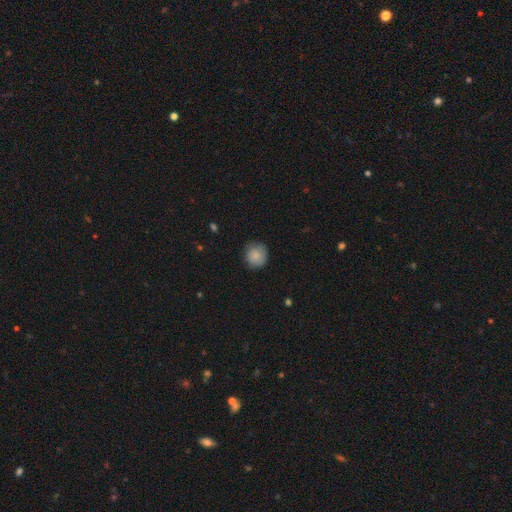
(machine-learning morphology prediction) smooth-or-featured: smooth: 86% | star or artifact: 7% | featured or disk: 7%
  how-rounded: round: 89% | in between: 10% | cigar-shaped: 1%
  merging: none: 79% | minor disturbance: 17% | major disturbance: 3% | merger: 1%